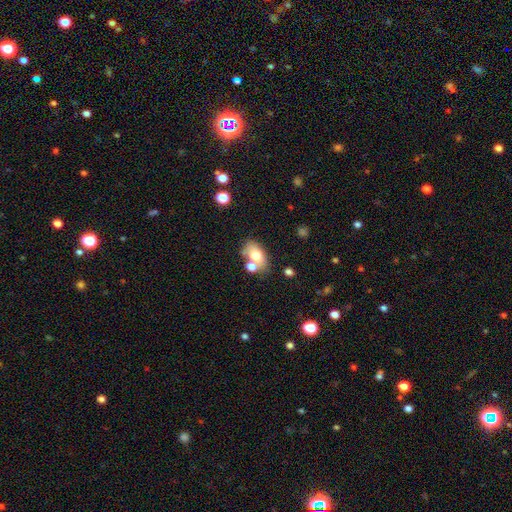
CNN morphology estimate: type=smooth (70%); roundness=in between (82%); merging=none (51%).